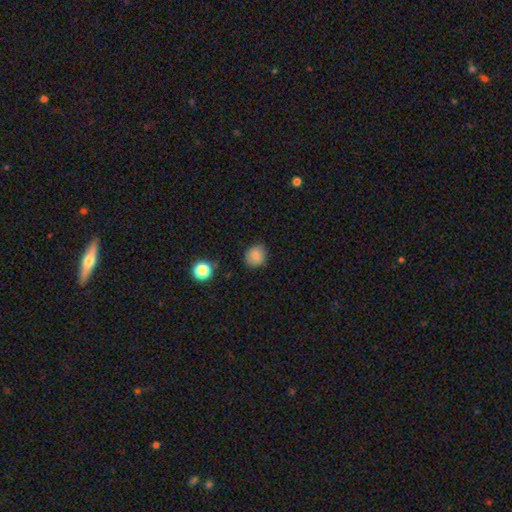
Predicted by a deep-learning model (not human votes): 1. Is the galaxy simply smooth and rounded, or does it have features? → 84% smooth, 10% star or artifact, 6% featured or disk.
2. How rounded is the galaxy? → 72% round, 27% in between, 1% cigar-shaped.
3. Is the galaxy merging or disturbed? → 81% none, 15% minor disturbance, 3% major disturbance, 2% merger.